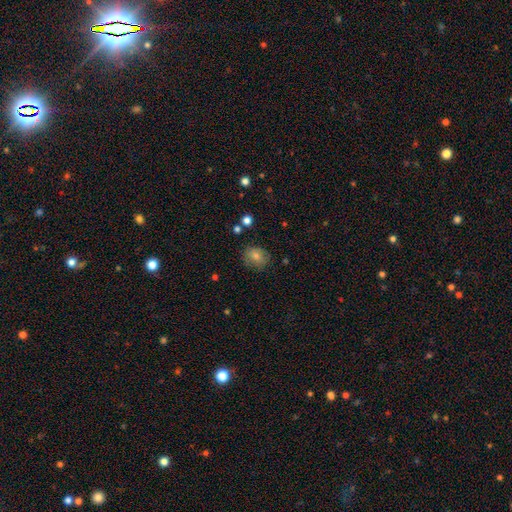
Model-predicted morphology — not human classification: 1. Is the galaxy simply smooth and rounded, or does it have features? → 68% smooth, 17% featured or disk, 14% star or artifact.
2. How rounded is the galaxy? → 60% round, 39% in between, 1% cigar-shaped.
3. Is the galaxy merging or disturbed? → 80% none, 14% minor disturbance, 4% major disturbance, 2% merger.